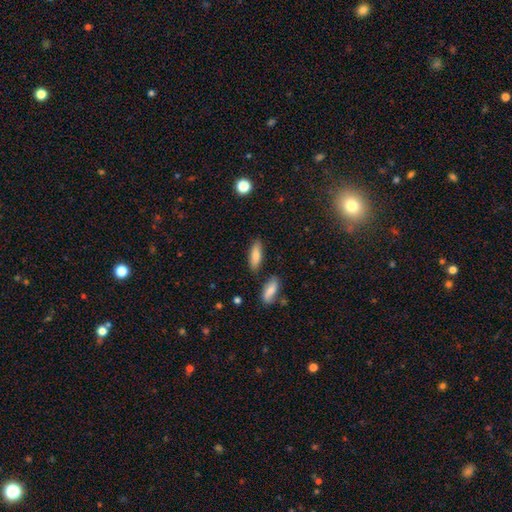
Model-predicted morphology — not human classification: smooth 80%, featured or disk 13%, star or artifact 7%. Down the decision tree: how rounded — in between (65%); merging — none (81%).